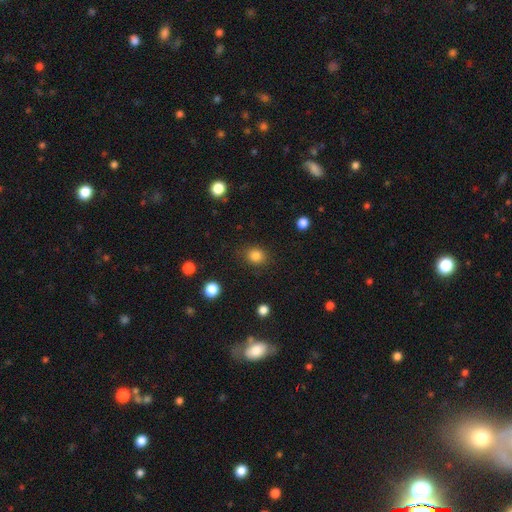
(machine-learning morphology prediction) A smooth galaxy with no disk features (84%) that is round (71%). Merging: none (86%).